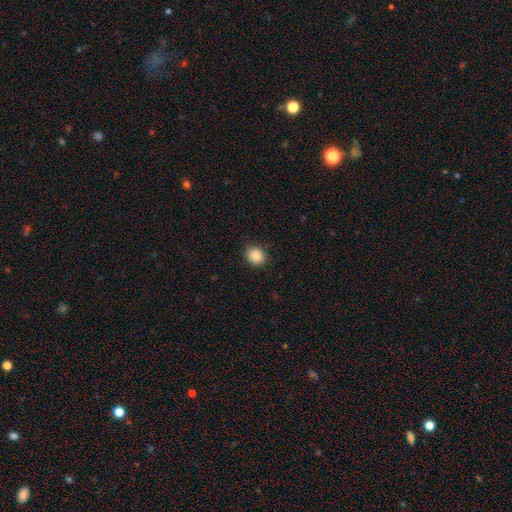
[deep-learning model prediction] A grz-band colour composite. It shows a smooth galaxy with no disk features (88%) that is round (78%). Merging: none (88%).